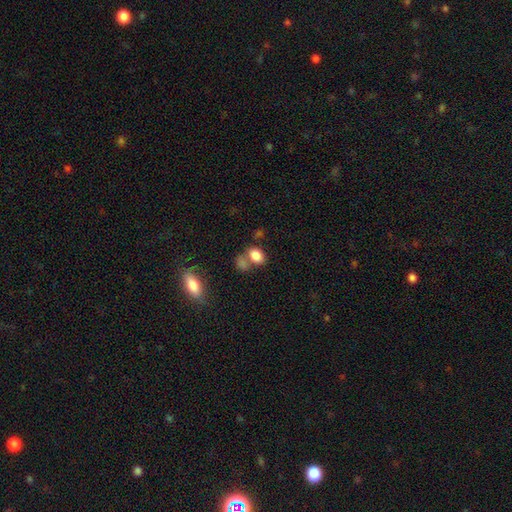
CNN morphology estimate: Smooth or featured?
  - smooth: 83% *
  - star or artifact: 10%
  - featured or disk: 7%
How rounded?
  - in between: 78% *
  - round: 20%
  - cigar-shaped: 2%
Merging?
  - none: 46% *
  - merger: 33%
  - minor disturbance: 14%
  - major disturbance: 7%